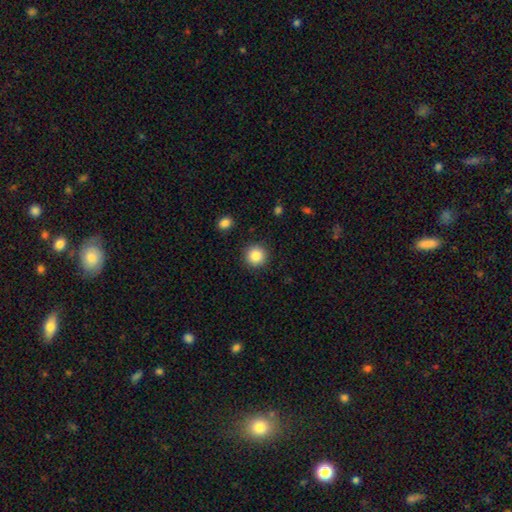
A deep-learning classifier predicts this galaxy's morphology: smooth_or_featured: smooth (p=0.85) [alt: star or artifact p=0.09]
how_rounded: round (p=0.95) [alt: in between p=0.04]
merging: none (p=0.91) [alt: minor disturbance p=0.06]